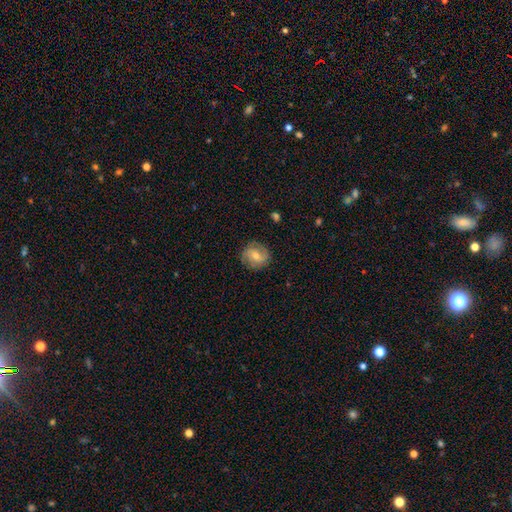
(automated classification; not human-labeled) Smooth or featured?
  - featured or disk: 56% *
  - smooth: 35%
  - star or artifact: 9%
Edge-on disk?
  - no: 97% *
  - yes: 3%
Bar?
  - weak: 48% *
  - no: 36%
  - strong: 16%
Spiral arms?
  - yes: 83% *
  - no: 17%
Bulge size?
  - moderate: 57% *
  - small: 36%
  - large: 3%
  - none: 2%
  - dominant: 1%
Merging?
  - none: 84% *
  - minor disturbance: 12%
  - major disturbance: 3%
  - merger: 1%